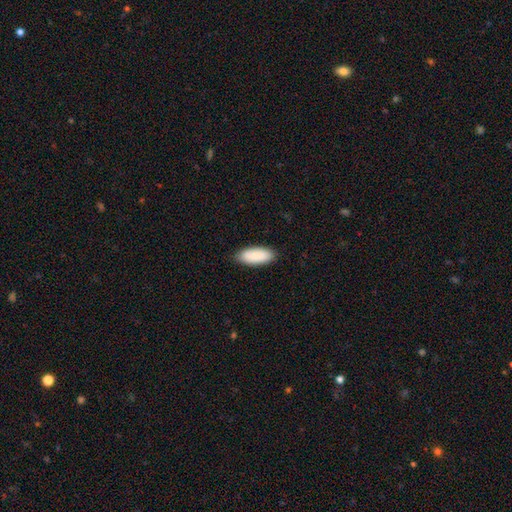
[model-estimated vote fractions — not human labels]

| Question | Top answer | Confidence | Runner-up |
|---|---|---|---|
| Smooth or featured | smooth | 90% | star or artifact (5%) |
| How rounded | in between | 85% | cigar-shaped (14%) |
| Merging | none | 87% | minor disturbance (10%) |